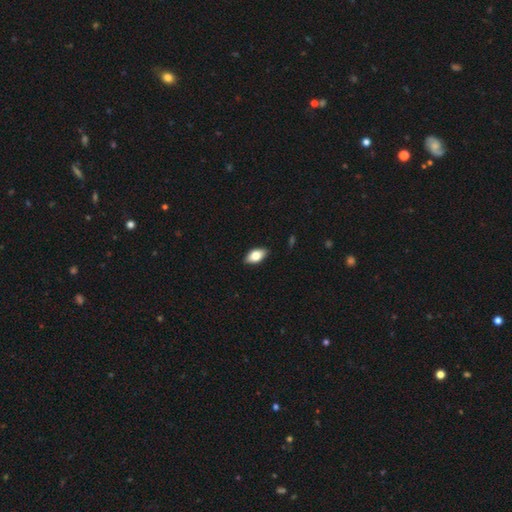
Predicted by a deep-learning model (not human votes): Overall: smooth (76%). How rounded: in between (90%). Merging: none (87%).